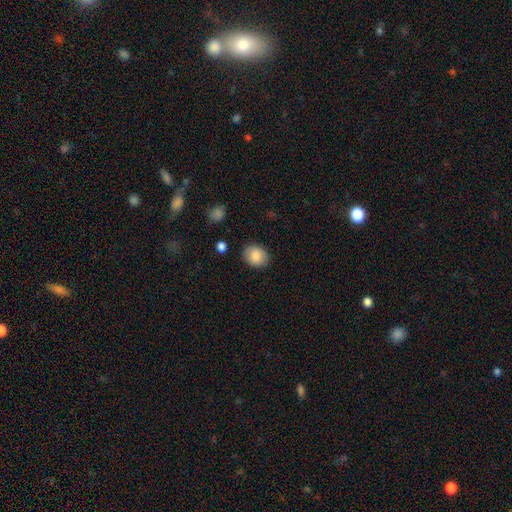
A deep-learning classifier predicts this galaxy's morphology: Smooth or featured? Predicted: smooth (p=0.85). How rounded? Predicted: in between (p=0.55). Merging? Predicted: none (p=0.86).